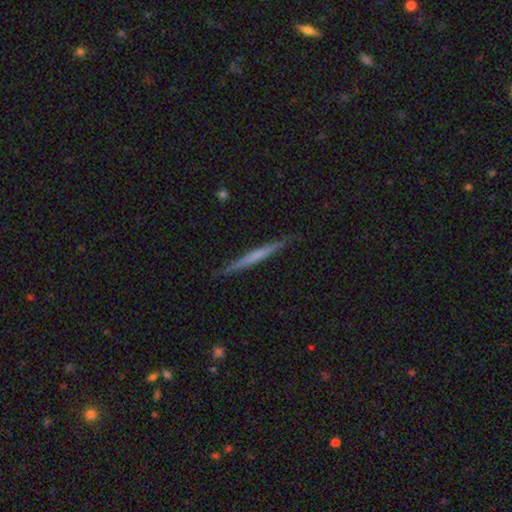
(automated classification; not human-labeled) Smooth or featured? featured or disk (50%)
Merging? none (90%)